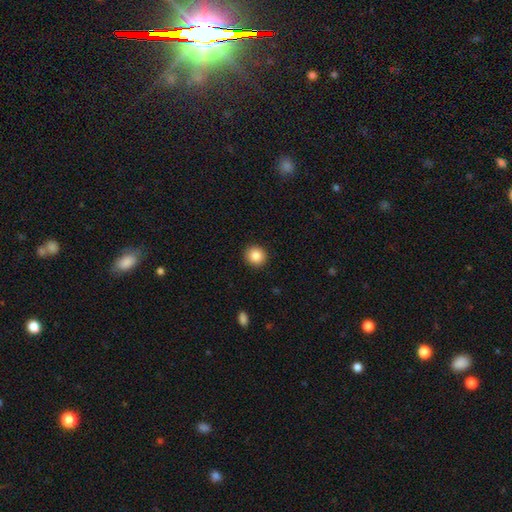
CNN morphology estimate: Smooth or featured? smooth (86%)
How rounded? round (92%)
Merging? none (92%)